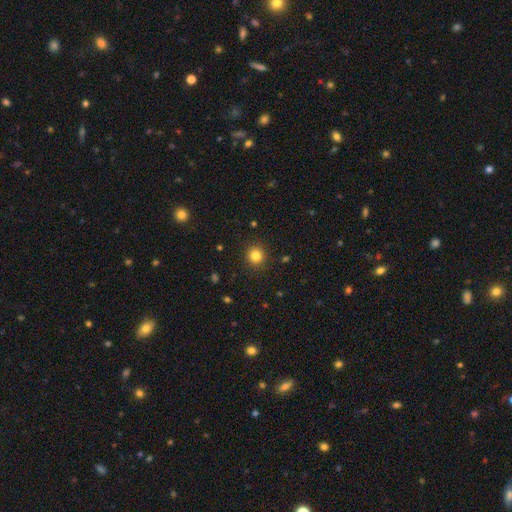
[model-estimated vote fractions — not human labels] This is clearly a smooth galaxy (83%). How rounded: clearly round (92%). Merging: clearly none (91%).